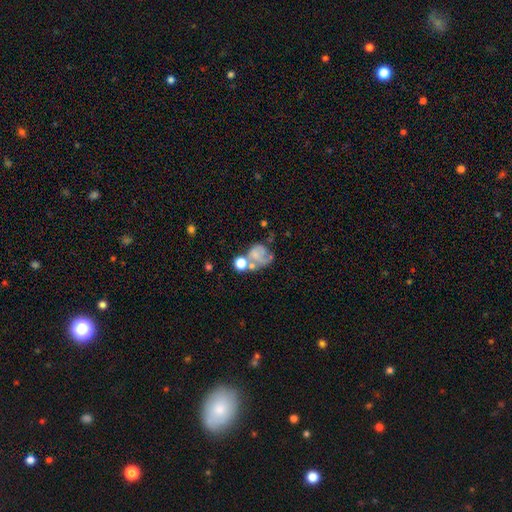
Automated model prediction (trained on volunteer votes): Overall: smooth (47%; featured or disk 39%). Merging: merger (31%; none 27%).